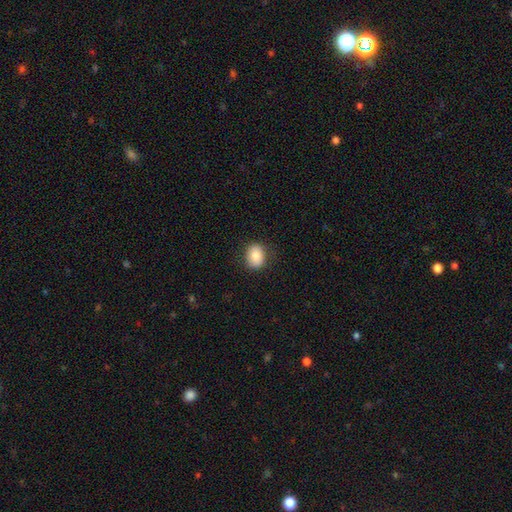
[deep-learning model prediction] This appears to be a smooth galaxy with no disk features (82%) that is in between round and cigar-shaped (52%). Merging: none (84%).